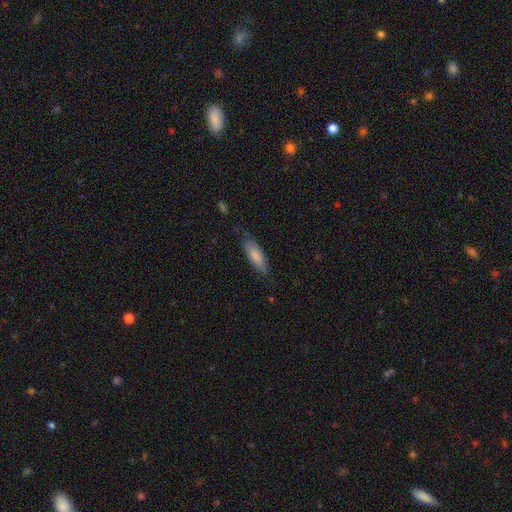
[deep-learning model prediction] Morphology: type=smooth (79%); roundness=in between (58%); merging=none (73%).